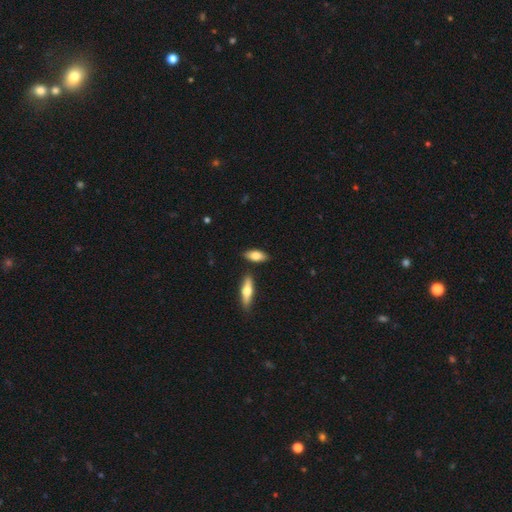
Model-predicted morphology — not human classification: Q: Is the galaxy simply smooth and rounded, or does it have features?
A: smooth — 75%.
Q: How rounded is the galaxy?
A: in between — 79%.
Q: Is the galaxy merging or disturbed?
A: none — 80%.